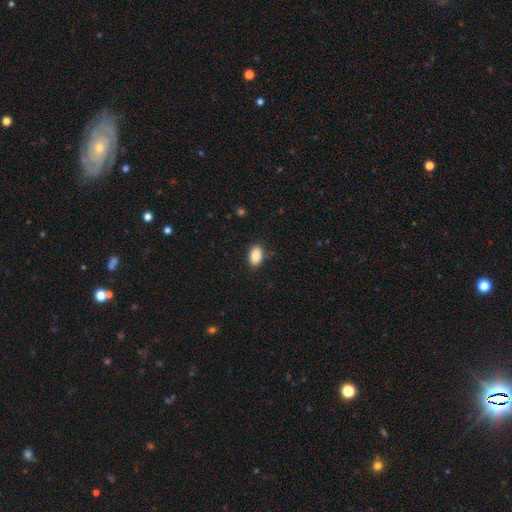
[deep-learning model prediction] Q: Smooth or featured?
A: smooth (89%); runner-up: star or artifact (7%)
Q: How rounded?
A: in between (91%); runner-up: round (7%)
Q: Merging?
A: none (87%); runner-up: minor disturbance (10%)